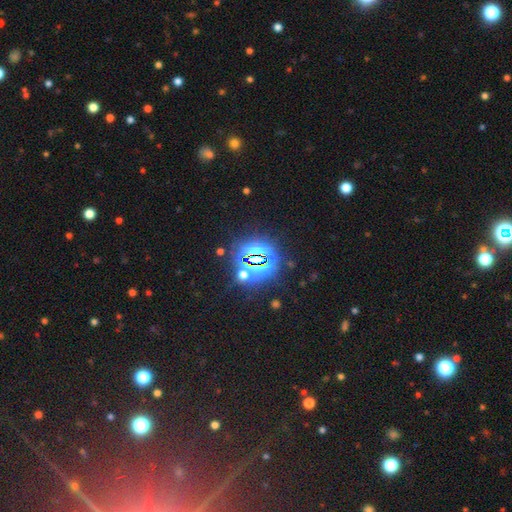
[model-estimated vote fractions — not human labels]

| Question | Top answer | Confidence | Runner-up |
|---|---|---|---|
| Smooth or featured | star or artifact | 78% | smooth (14%) |